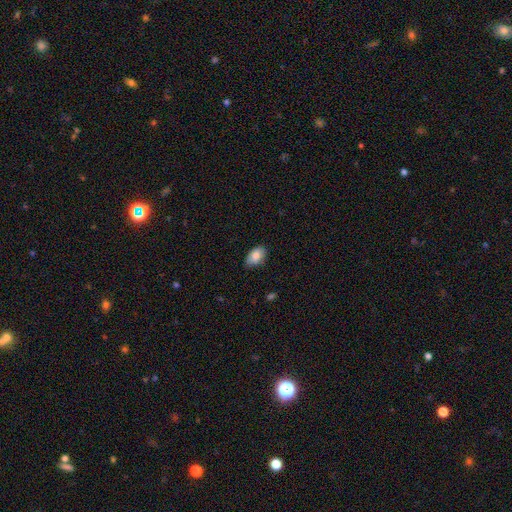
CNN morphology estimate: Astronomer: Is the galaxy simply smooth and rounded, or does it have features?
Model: smooth — 85%.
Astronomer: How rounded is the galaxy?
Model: in between — 92%.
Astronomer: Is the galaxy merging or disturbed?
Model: none — 77%.